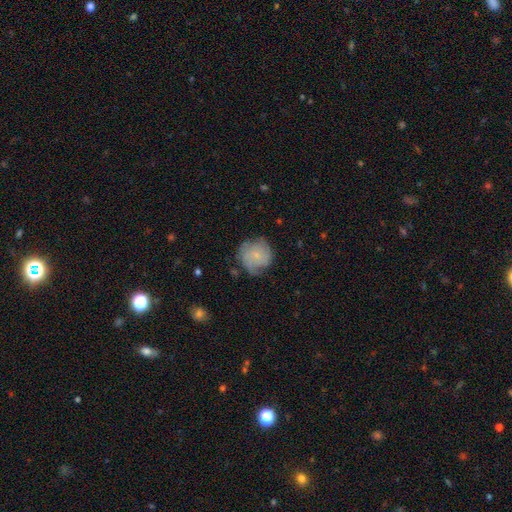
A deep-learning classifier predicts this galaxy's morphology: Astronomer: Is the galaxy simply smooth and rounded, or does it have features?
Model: featured or disk — 55% (runner-up: smooth, 38%).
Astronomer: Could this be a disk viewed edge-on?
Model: no — 98%.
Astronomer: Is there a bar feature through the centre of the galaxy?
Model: no — 80%.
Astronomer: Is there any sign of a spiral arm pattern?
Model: yes — 86%.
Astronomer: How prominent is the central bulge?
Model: small — 76%.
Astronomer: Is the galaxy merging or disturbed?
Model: none — 67%.